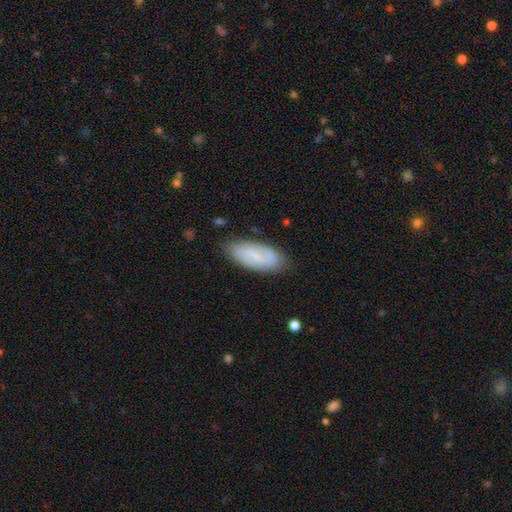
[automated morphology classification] This appears to be a featured or disk galaxy (49%). Merging: none (80%).